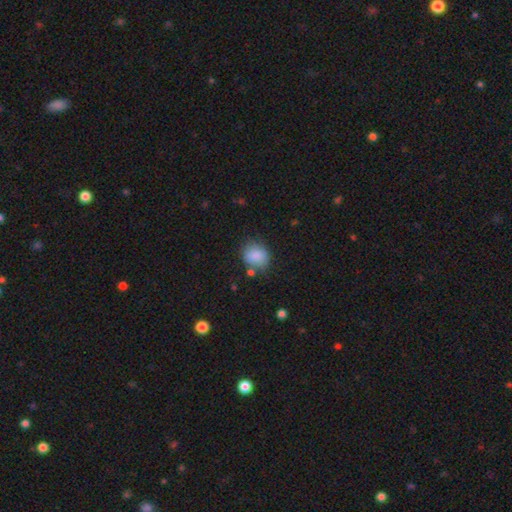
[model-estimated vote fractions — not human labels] Smooth or featured?
  - smooth: 85% *
  - star or artifact: 8%
  - featured or disk: 7%
How rounded?
  - round: 60% *
  - in between: 39%
  - cigar-shaped: 1%
Merging?
  - none: 69% *
  - minor disturbance: 19%
  - merger: 7%
  - major disturbance: 5%